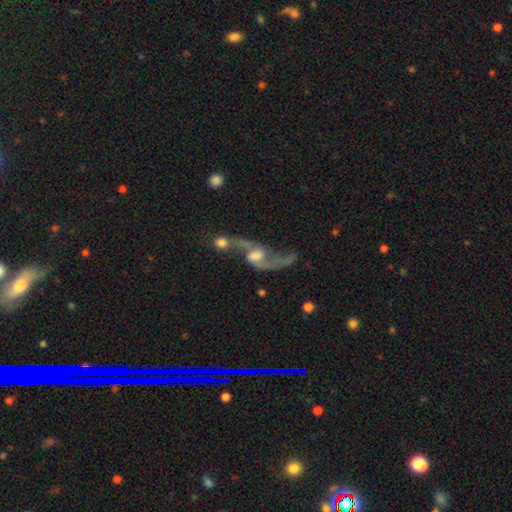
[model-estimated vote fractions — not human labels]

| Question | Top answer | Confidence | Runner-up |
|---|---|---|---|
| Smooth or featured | featured or disk | 83% | smooth (10%) |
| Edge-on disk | no | 93% | yes (7%) |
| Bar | weak | 44% | no (41%) |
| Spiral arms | yes | 92% | no (8%) |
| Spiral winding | loose | 86% | medium (11%) |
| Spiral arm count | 2 | 90% | 1 (5%) |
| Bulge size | moderate | 48% | small (21%) |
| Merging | merger | 43% | none (31%) |